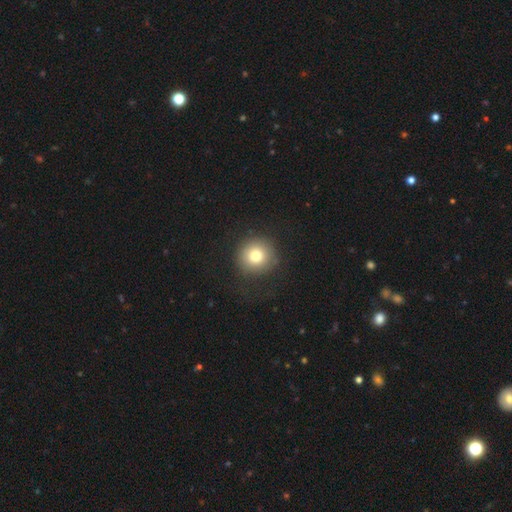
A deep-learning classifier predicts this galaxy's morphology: smooth-or-featured: smooth: 76% | featured or disk: 12% | star or artifact: 12%
  how-rounded: round: 94% | in between: 5% | cigar-shaped: 1%
  merging: none: 84% | minor disturbance: 9% | major disturbance: 5% | merger: 1%